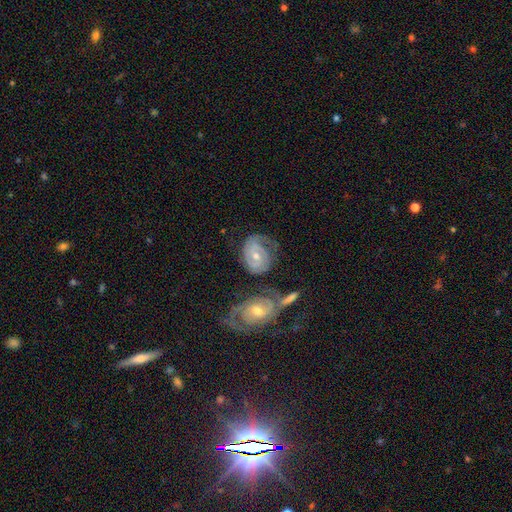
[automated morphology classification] type=featured or disk (81%); edge-on=no (96%); bar=no (57%); spiral arms=yes (94%); winding=tight (64%); arm count=2 (51%); bulge=moderate (54%); merging=none (46%).